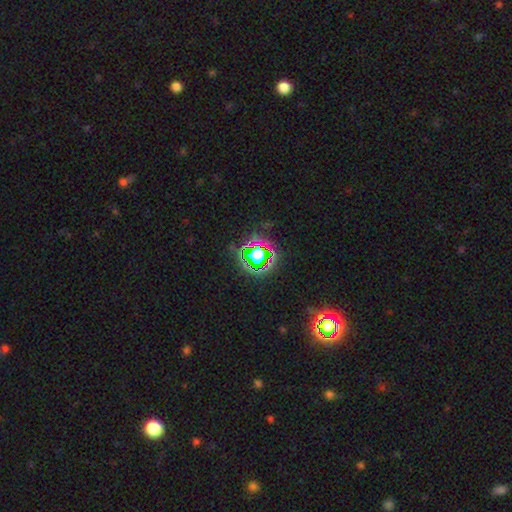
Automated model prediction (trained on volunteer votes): smooth_or_featured: star or artifact (p=0.68) [alt: smooth p=0.19]